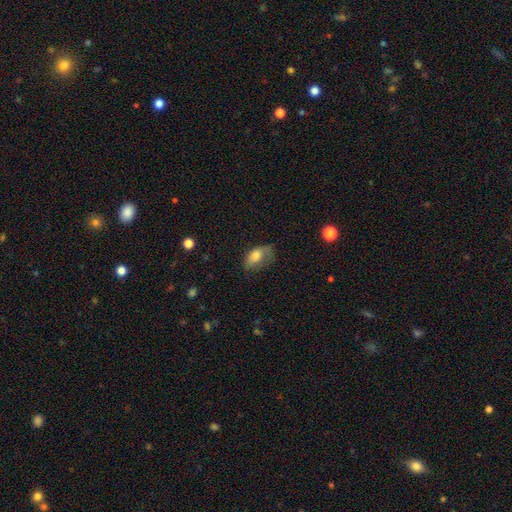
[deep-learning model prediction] This appears to be a smooth galaxy with no disk features (72%) that is in between round and cigar-shaped (88%). Merging: none (40%).